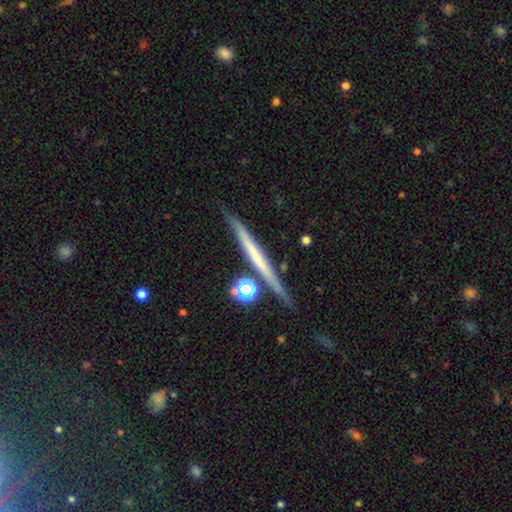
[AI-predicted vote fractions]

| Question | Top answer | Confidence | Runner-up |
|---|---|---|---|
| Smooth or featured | featured or disk | 55% | smooth (37%) |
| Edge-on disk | yes | 95% | no (5%) |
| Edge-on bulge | none | 81% | rounded (11%) |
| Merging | none | 81% | minor disturbance (11%) |